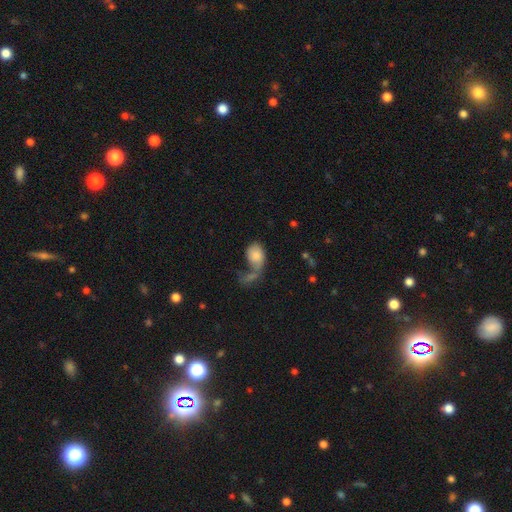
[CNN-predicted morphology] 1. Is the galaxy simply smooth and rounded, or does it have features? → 72% smooth, 20% featured or disk, 7% star or artifact.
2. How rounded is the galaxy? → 75% in between, 23% round, 2% cigar-shaped.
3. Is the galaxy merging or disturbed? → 34% major disturbance, 32% merger, 21% none, 13% minor disturbance.